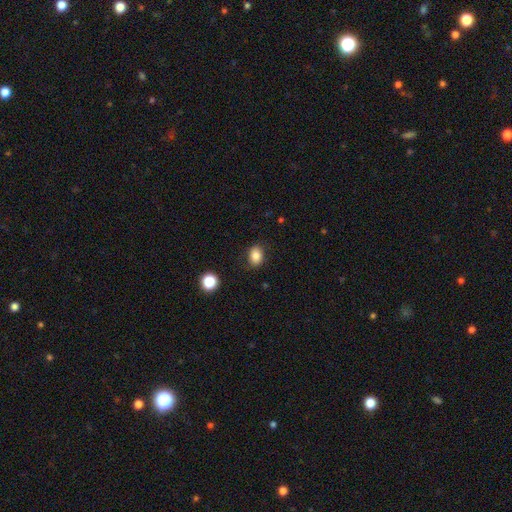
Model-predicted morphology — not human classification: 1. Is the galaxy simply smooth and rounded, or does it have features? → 84% smooth, 10% star or artifact, 6% featured or disk.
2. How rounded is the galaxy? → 67% in between, 32% round, 1% cigar-shaped.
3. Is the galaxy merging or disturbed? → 83% none, 12% minor disturbance, 3% major disturbance, 2% merger.